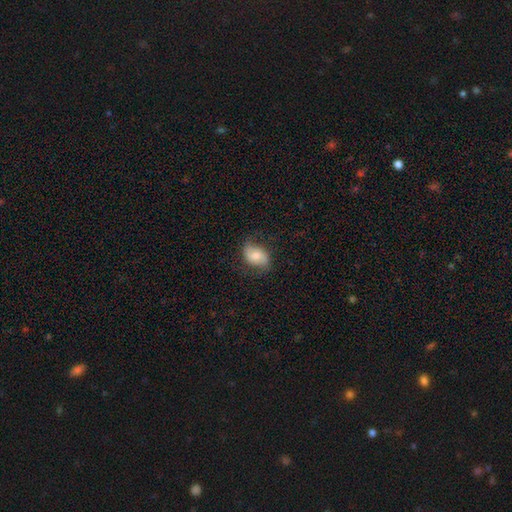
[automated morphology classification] The model was most divided on "smooth or featured": smooth: 60%, featured or disk: 32%, star or artifact: 8%. More confident: how rounded — in between (81%); merging — none (69%).